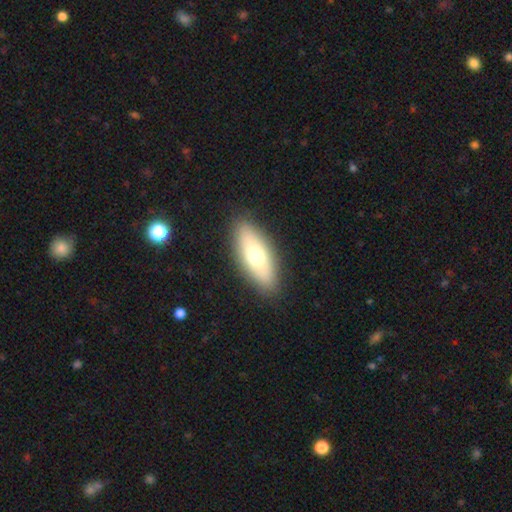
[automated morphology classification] Q: Smooth or featured?
A: smooth (63%); runner-up: featured or disk (31%)
Q: How rounded?
A: in between (76%); runner-up: cigar-shaped (21%)
Q: Merging?
A: none (88%); runner-up: minor disturbance (9%)